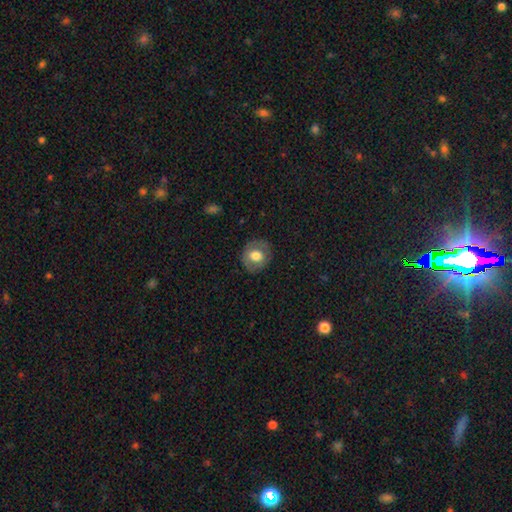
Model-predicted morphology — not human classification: Overall: smooth (63%; featured or disk 30%). How rounded: round (80%). Merging: none (83%).